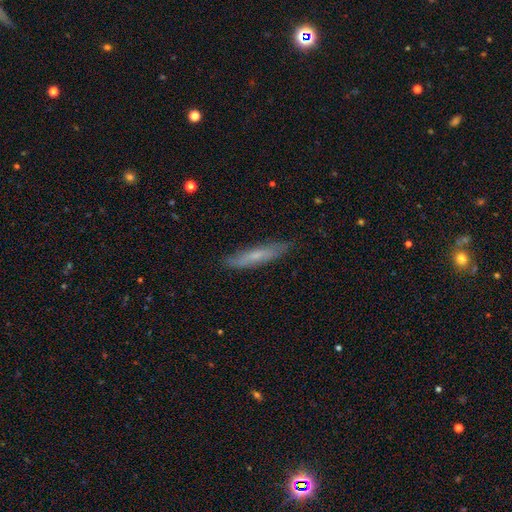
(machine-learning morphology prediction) type=smooth (57%); roundness=cigar-shaped (89%); merging=none (85%).